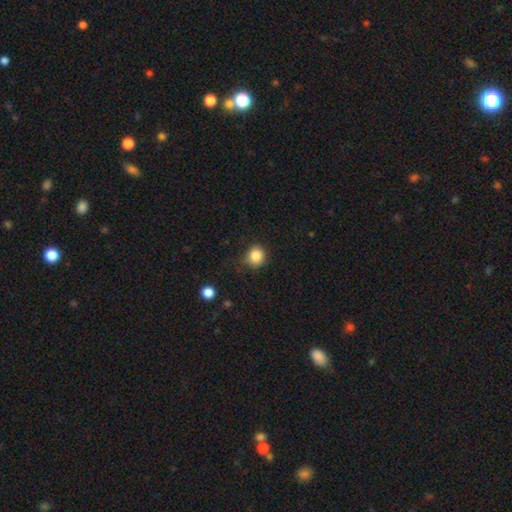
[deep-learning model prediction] Smooth or featured: smooth — 85% (star or artifact — 11%)
How rounded: round — 83% (in between — 16%)
Merging: none — 73% (minor disturbance — 20%)